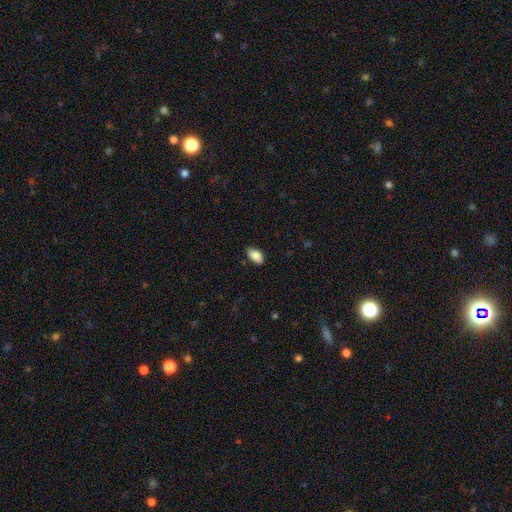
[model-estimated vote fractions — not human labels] The model was most divided on "merging": none: 85%, minor disturbance: 12%, major disturbance: 2%, merger: 1%. More confident: how rounded — in between (94%); smooth or featured — smooth (88%).